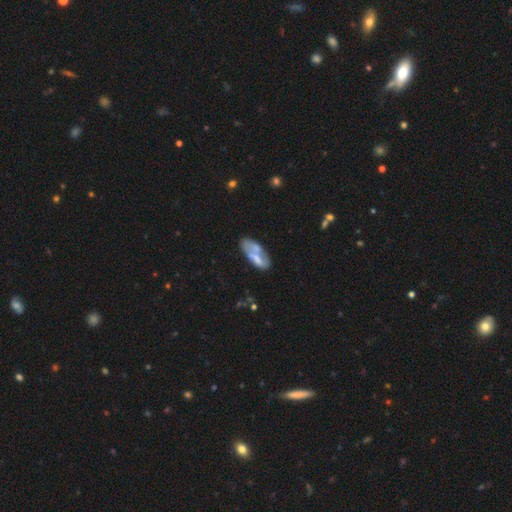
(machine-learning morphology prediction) Smooth or featured: smooth — 53% (featured or disk — 40%)
How rounded: in between — 80% (cigar-shaped — 17%)
Merging: none — 38% (minor disturbance — 23%)